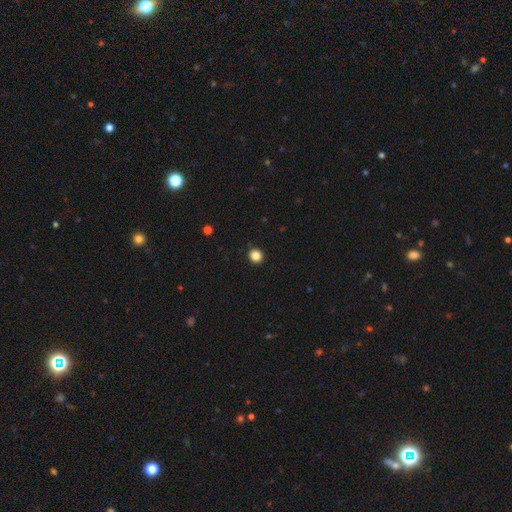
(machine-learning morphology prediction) Smooth or featured? Predicted: smooth (p=0.85). How rounded? Predicted: round (p=0.93). Merging? Predicted: none (p=0.94).